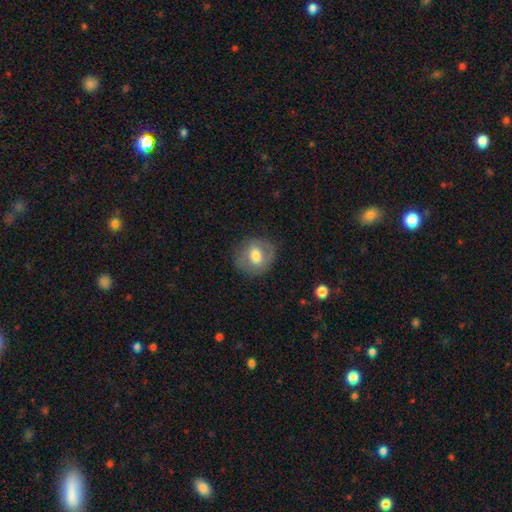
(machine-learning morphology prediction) smooth-or-featured: smooth: 56% | featured or disk: 37% | star or artifact: 7%
  how-rounded: round: 71% | in between: 27% | cigar-shaped: 1%
  merging: none: 76% | minor disturbance: 16% | major disturbance: 7% | merger: 1%